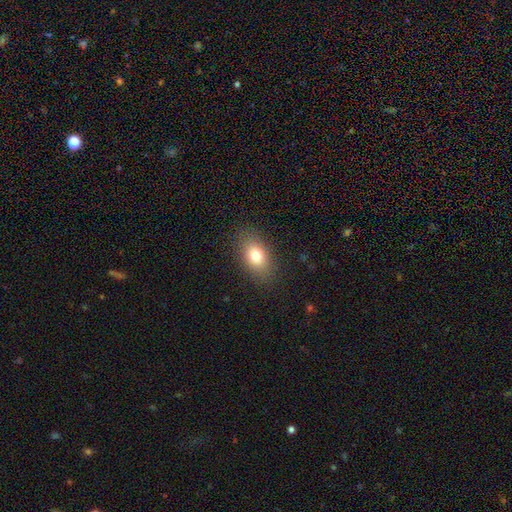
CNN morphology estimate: Q: Smooth or featured?
A: smooth (77%); runner-up: featured or disk (13%)
Q: How rounded?
A: in between (83%); runner-up: round (15%)
Q: Merging?
A: none (86%); runner-up: minor disturbance (10%)